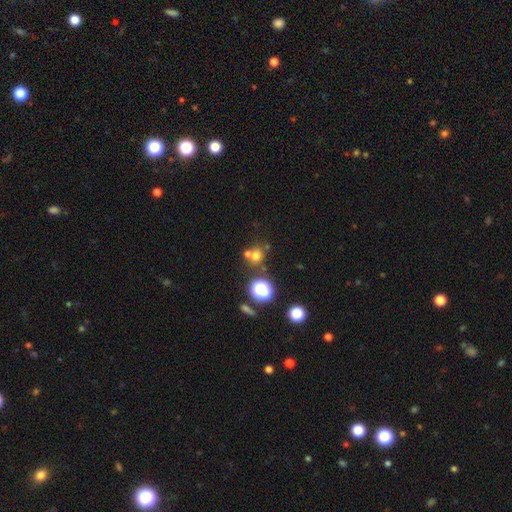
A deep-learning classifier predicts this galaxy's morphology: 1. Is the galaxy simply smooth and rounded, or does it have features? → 62% smooth, 26% star or artifact, 11% featured or disk.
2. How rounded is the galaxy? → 84% round, 15% in between, 1% cigar-shaped.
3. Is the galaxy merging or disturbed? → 56% none, 31% merger, 8% minor disturbance, 4% major disturbance.